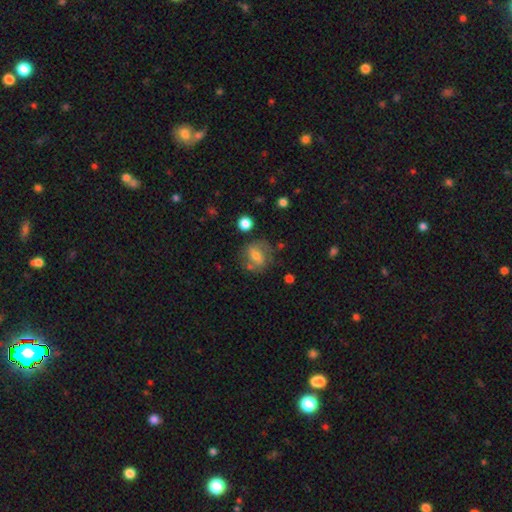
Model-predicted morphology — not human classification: Q: Smooth or featured?
A: smooth (52%); runner-up: featured or disk (38%)
Q: How rounded?
A: round (55%); runner-up: in between (42%)
Q: Merging?
A: none (62%); runner-up: minor disturbance (20%)